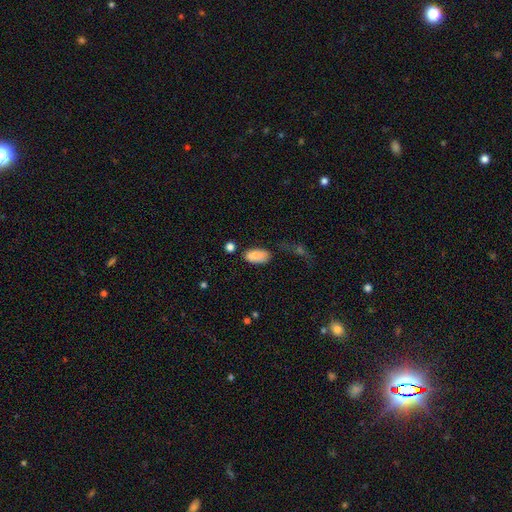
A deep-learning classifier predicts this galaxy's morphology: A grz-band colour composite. It shows a smooth galaxy with no disk features (88%) that is in between round and cigar-shaped (93%). Merging: none (68%).